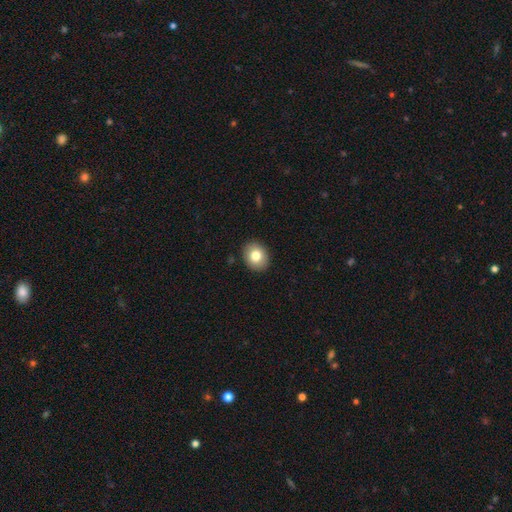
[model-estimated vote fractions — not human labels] smooth_or_featured: smooth (p=0.79) [alt: featured or disk p=0.12]
how_rounded: round (p=0.55) [alt: in between p=0.44]
merging: none (p=0.90) [alt: minor disturbance p=0.07]